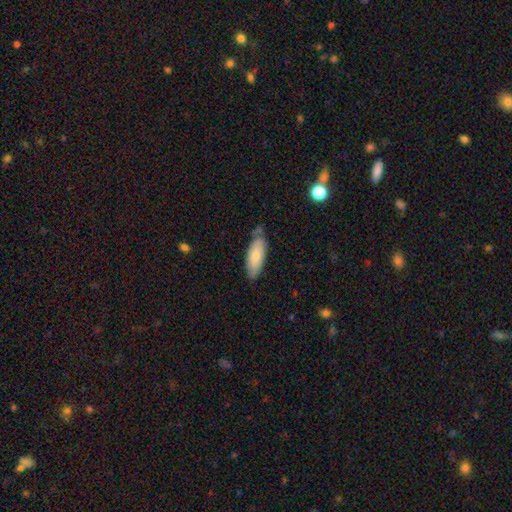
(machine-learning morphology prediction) Smooth or featured: smooth — 72% (featured or disk — 22%)
How rounded: in between — 75% (cigar-shaped — 24%)
Merging: none — 63% (minor disturbance — 27%)